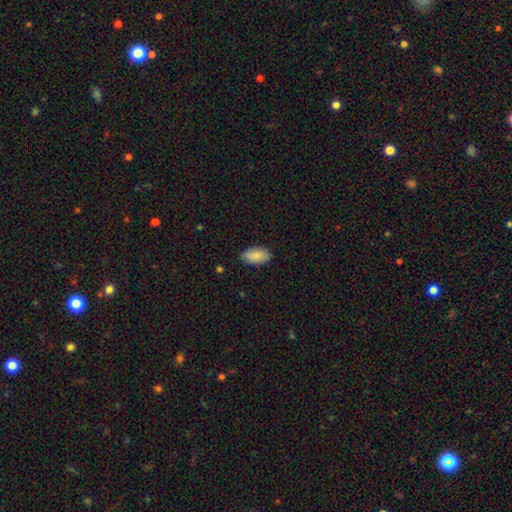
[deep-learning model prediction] A smooth galaxy with no disk features (88%) that is in between round and cigar-shaped (94%). Merging: none (85%).